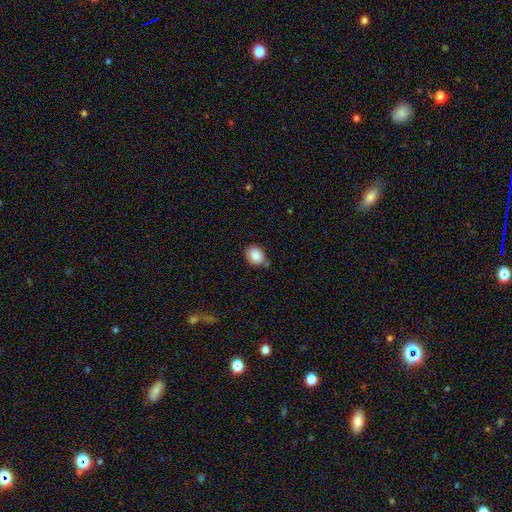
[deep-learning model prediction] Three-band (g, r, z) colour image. It shows a smooth galaxy with no disk features (87%) that is round (52%). Merging: none (69%).